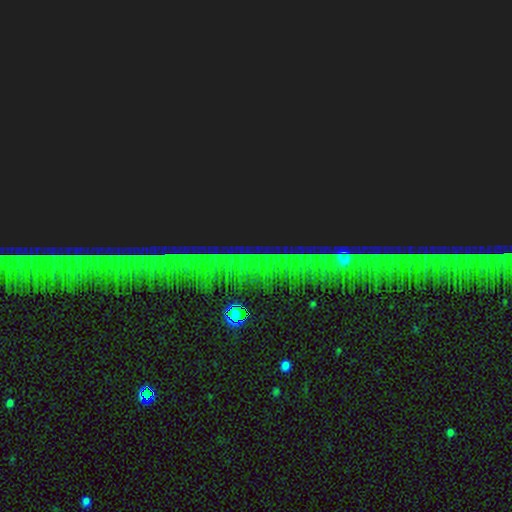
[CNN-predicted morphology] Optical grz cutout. It shows a star or artifact, not a galaxy (83%).